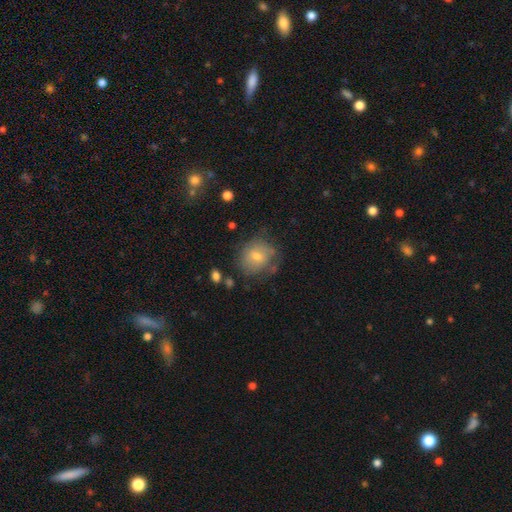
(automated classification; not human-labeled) smooth_or_featured: smooth (p=0.63) [alt: featured or disk p=0.25]
how_rounded: round (p=0.74) [alt: in between p=0.25]
merging: none (p=0.66) [alt: minor disturbance p=0.22]